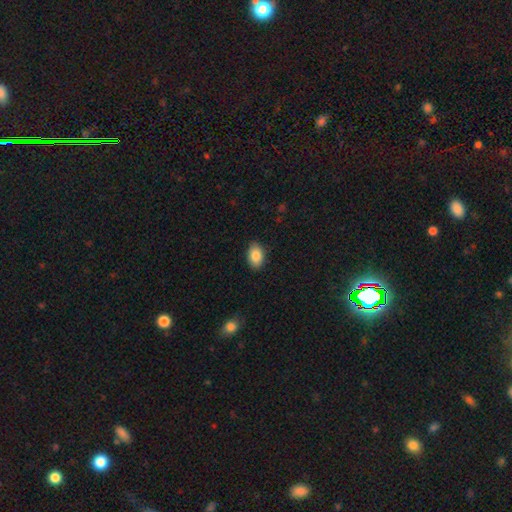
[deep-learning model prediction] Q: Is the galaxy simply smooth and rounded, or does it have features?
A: smooth — 86%.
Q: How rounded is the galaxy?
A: in between — 89%.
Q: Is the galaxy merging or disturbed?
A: none — 87%.